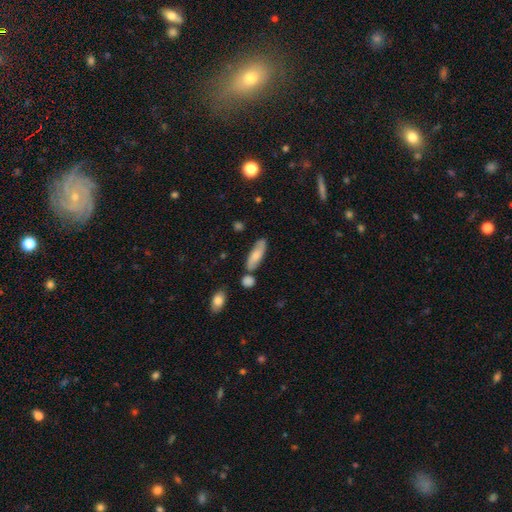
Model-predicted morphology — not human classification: Q: Smooth or featured?
A: smooth (65%); runner-up: featured or disk (28%)
Q: How rounded?
A: in between (59%); runner-up: cigar-shaped (38%)
Q: Merging?
A: none (69%); runner-up: minor disturbance (16%)